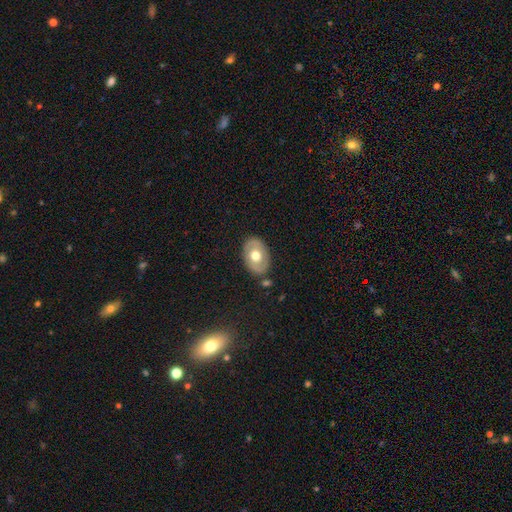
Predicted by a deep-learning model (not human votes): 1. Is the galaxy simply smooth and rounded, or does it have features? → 48% smooth, 46% featured or disk, 6% star or artifact.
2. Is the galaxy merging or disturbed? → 81% none, 13% minor disturbance, 3% major disturbance, 3% merger.